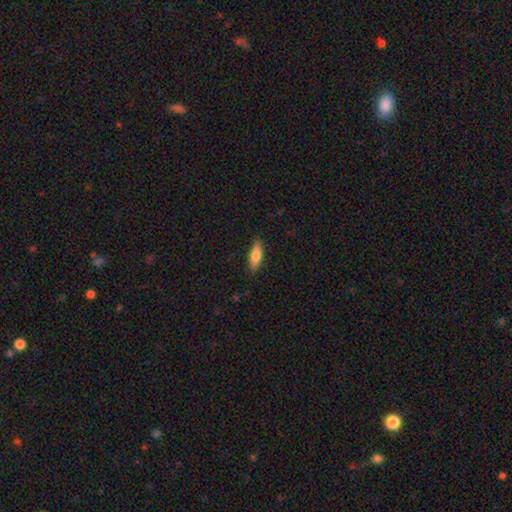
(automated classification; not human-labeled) Smooth or featured?
  - smooth: 71% *
  - featured or disk: 23%
  - star or artifact: 6%
How rounded?
  - in between: 51% *
  - cigar-shaped: 47%
  - round: 2%
Merging?
  - none: 85% *
  - minor disturbance: 11%
  - major disturbance: 2%
  - merger: 1%